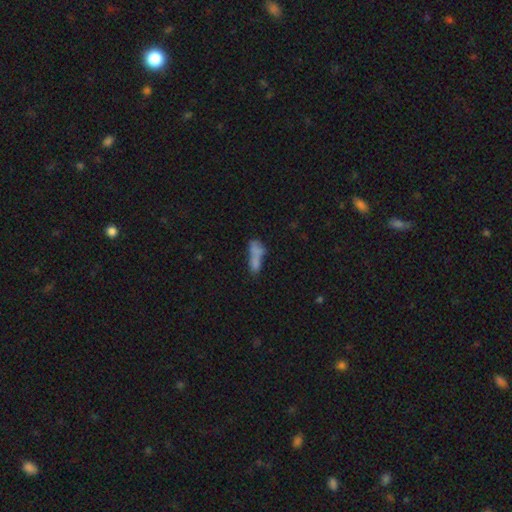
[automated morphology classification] This is likely a smooth galaxy (68%). How rounded: possibly in between (51%). Merging: marginally merger (38%).